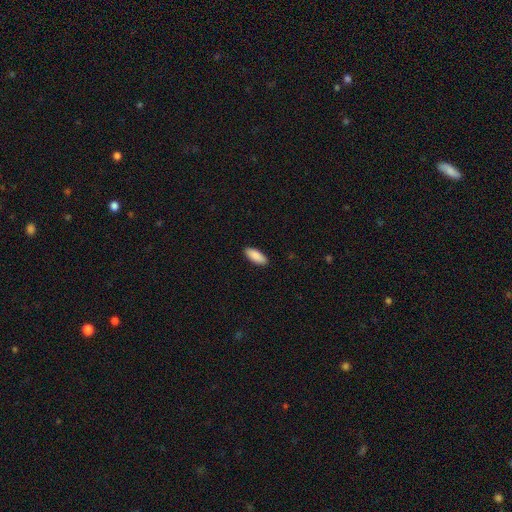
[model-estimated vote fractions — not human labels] A smooth galaxy with no disk features (90%) that is in between round and cigar-shaped (80%).

Vote fractions:
- Smooth or featured? smooth: 90% / star or artifact: 6% / featured or disk: 4%
- How rounded? in between: 80% / cigar-shaped: 18% / round: 2%
- Merging? none: 90% / minor disturbance: 7% / major disturbance: 2% / merger: 1%